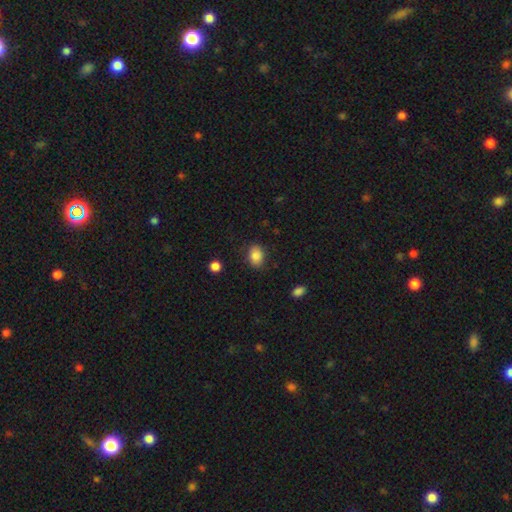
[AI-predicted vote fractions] Overall: smooth (86%). How rounded: in between (71%). Merging: none (83%).